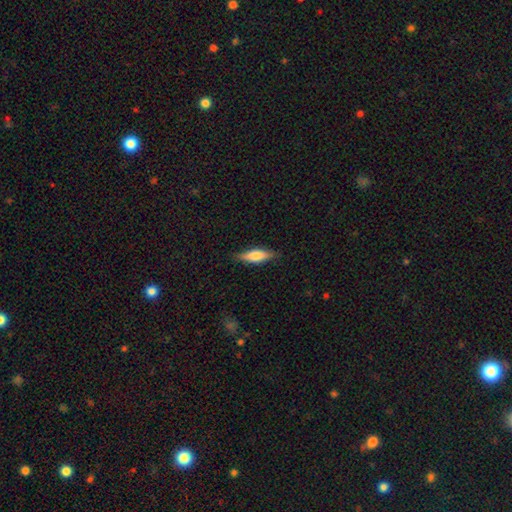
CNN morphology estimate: smooth-or-featured: smooth: 63% | featured or disk: 31% | star or artifact: 6%
  how-rounded: cigar-shaped: 56% | in between: 42% | round: 2%
  merging: none: 85% | minor disturbance: 11% | major disturbance: 2% | merger: 1%